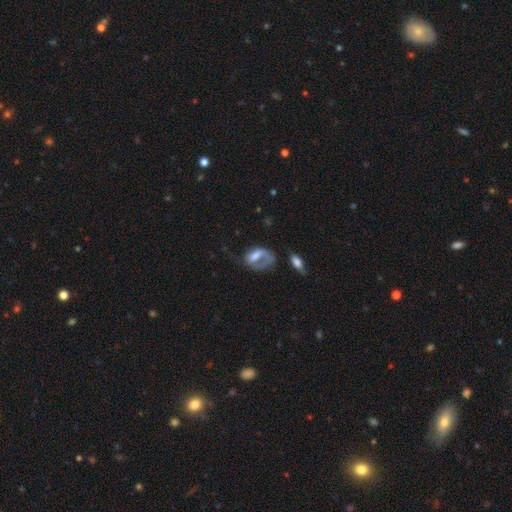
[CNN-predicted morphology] Q: Smooth or featured?
A: featured or disk (48%); runner-up: smooth (42%)
Q: Merging?
A: major disturbance (49%); runner-up: none (28%)